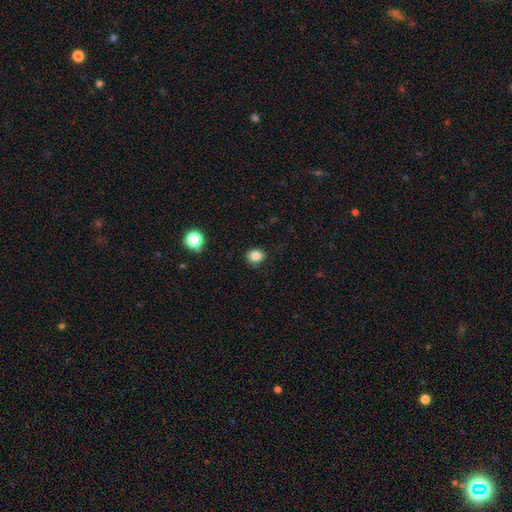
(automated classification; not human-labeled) Q: Smooth or featured?
A: smooth (83%); runner-up: star or artifact (11%)
Q: How rounded?
A: round (61%); runner-up: in between (38%)
Q: Merging?
A: none (85%); runner-up: minor disturbance (11%)